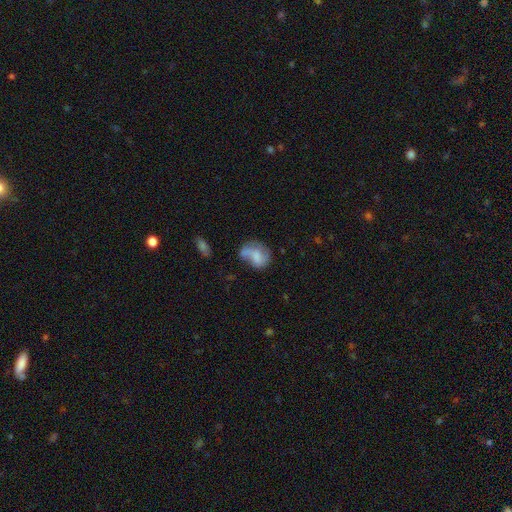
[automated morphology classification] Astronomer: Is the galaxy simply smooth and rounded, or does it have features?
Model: smooth — 50% (runner-up: featured or disk, 41%).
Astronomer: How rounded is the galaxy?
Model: in between — 58% (runner-up: round, 41%).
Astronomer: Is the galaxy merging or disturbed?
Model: none — 35% (runner-up: minor disturbance, 26%).